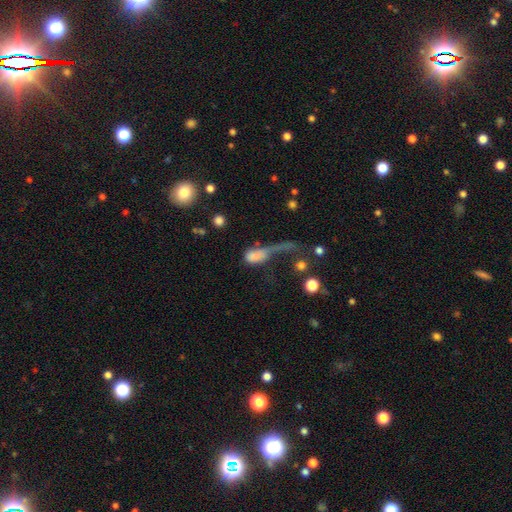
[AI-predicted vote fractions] smooth 66%, featured or disk 24%, star or artifact 10%. Down the decision tree: how rounded — in between (78%); merging — major disturbance (61%).